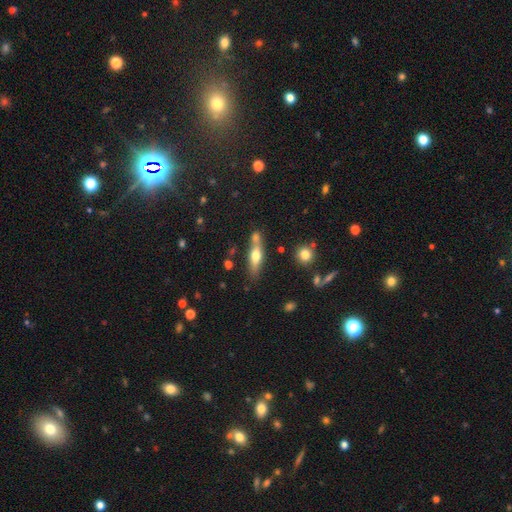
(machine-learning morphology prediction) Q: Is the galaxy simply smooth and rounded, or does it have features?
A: smooth — 56%.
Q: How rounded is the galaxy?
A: cigar-shaped — 57%.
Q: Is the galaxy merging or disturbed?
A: none — 58%.